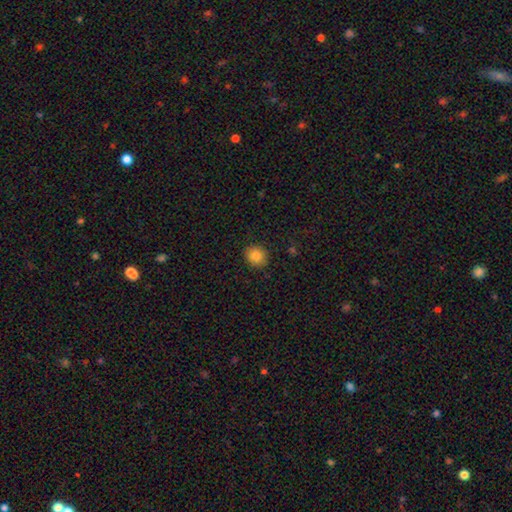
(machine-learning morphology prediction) Smooth or featured?
  - smooth: 84% *
  - star or artifact: 10%
  - featured or disk: 6%
How rounded?
  - round: 79% *
  - in between: 21%
  - cigar-shaped: 1%
Merging?
  - none: 90% *
  - minor disturbance: 7%
  - major disturbance: 2%
  - merger: 1%